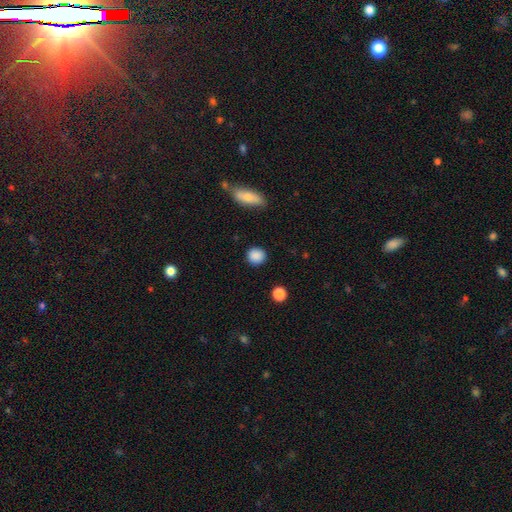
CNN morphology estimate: Smooth or featured: smooth — 88% (star or artifact — 9%)
How rounded: round — 85% (in between — 13%)
Merging: none — 88% (minor disturbance — 8%)